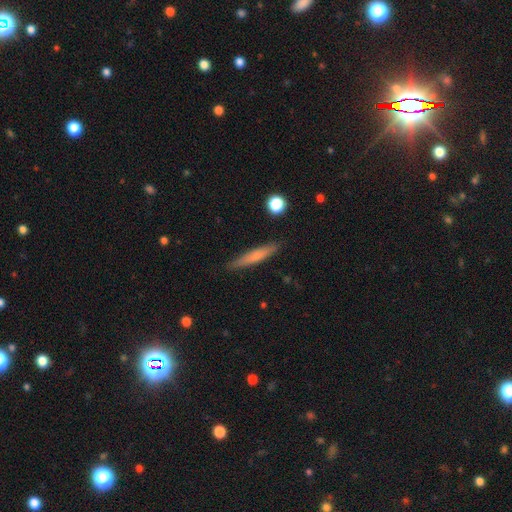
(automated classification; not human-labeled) A smooth galaxy with no disk features (65%) that is cigar-shaped (93%). Merging: none (88%).